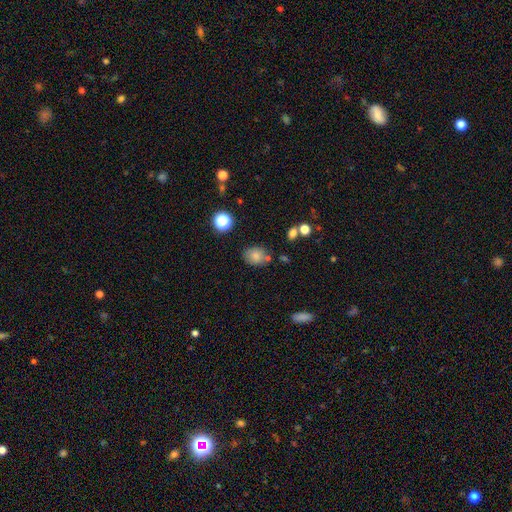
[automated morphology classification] Smooth or featured? Predicted: smooth (p=0.80). How rounded? Predicted: round (p=0.56). Merging? Predicted: none (p=0.71).